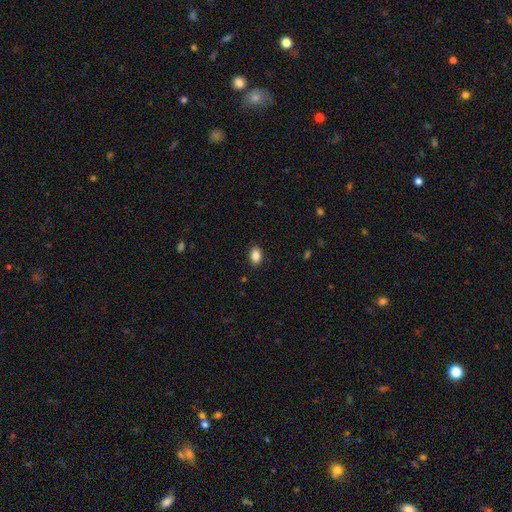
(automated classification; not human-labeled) Q: Smooth or featured?
A: smooth (87%); runner-up: star or artifact (9%)
Q: How rounded?
A: in between (76%); runner-up: round (23%)
Q: Merging?
A: none (88%); runner-up: minor disturbance (9%)